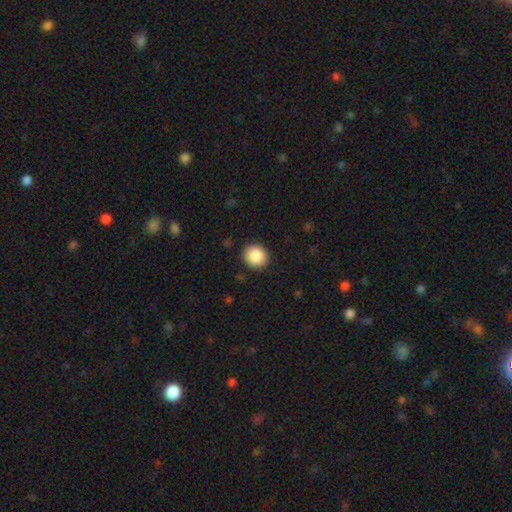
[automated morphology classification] smooth 87%, star or artifact 8%, featured or disk 4%. Down the decision tree: how rounded — round (88%); merging — none (91%).